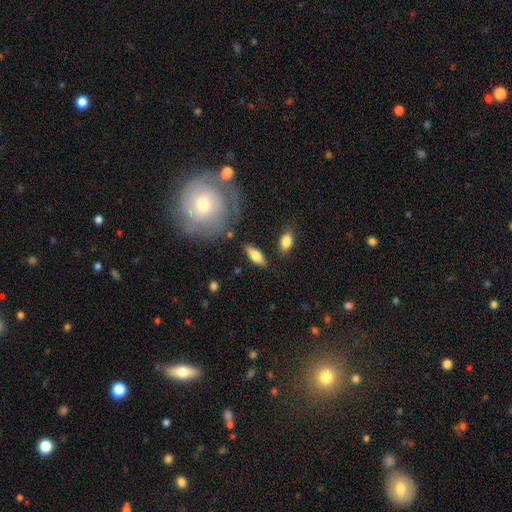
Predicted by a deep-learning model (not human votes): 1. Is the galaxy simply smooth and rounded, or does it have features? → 65% smooth, 29% featured or disk, 7% star or artifact.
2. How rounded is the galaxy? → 71% in between, 26% cigar-shaped, 4% round.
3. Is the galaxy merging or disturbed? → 80% none, 12% minor disturbance, 4% merger, 4% major disturbance.